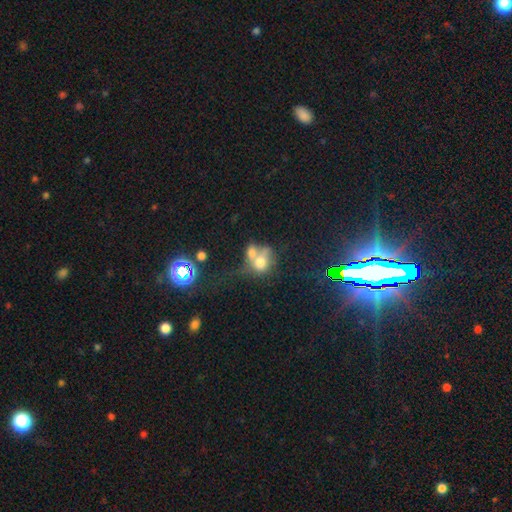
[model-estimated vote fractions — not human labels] Q: Smooth or featured?
A: smooth (62%); runner-up: featured or disk (22%)
Q: How rounded?
A: round (61%); runner-up: in between (38%)
Q: Merging?
A: merger (61%); runner-up: none (21%)